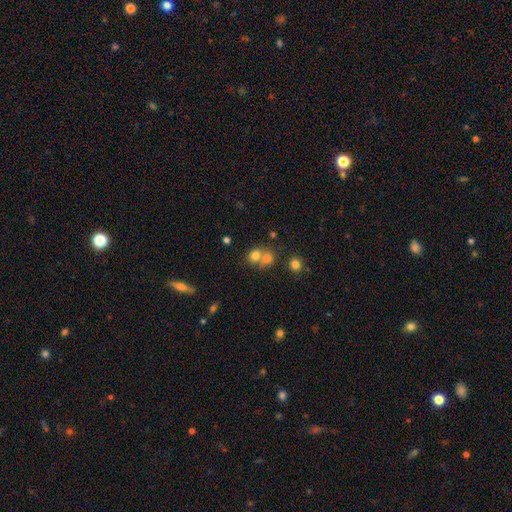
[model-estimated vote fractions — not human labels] Smooth or featured? Predicted: smooth (p=0.73). How rounded? Predicted: round (p=0.71). Merging? Predicted: merger (p=0.53).